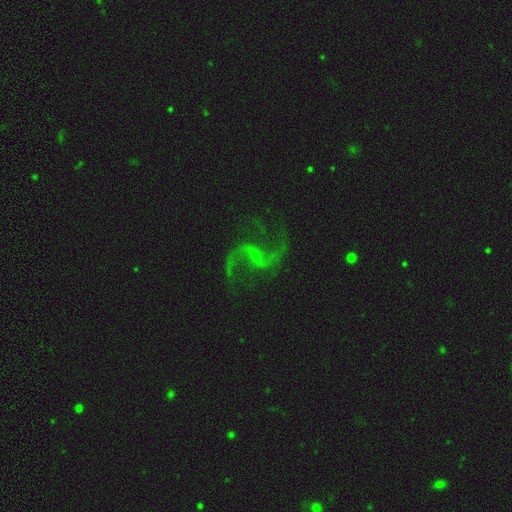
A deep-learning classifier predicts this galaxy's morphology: This appears to be a featured or disk galaxy (89%) with a weak bar (53%), 2 (93%) loose (75%) spiral arms (97%) and no central bulge (47%). Merging: none (75%).